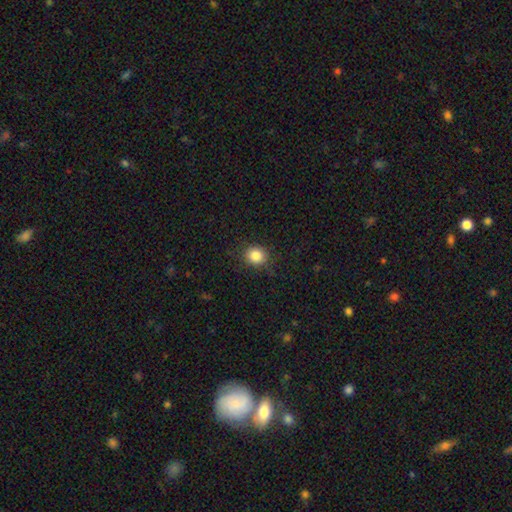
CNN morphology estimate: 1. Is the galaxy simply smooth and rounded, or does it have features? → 85% smooth, 10% star or artifact, 5% featured or disk.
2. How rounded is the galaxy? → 77% round, 22% in between, 1% cigar-shaped.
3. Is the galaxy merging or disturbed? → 85% none, 11% minor disturbance, 3% major disturbance, 1% merger.